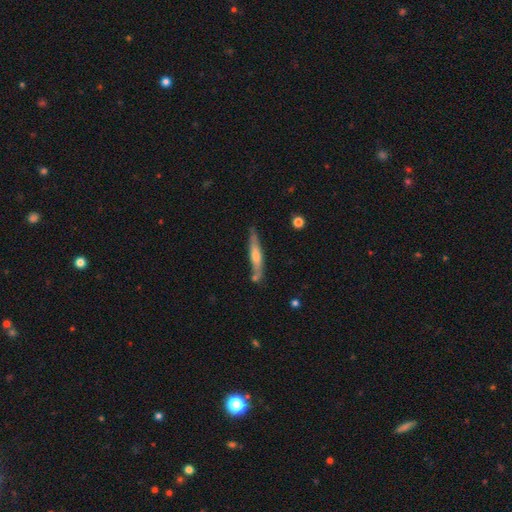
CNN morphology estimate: smooth-or-featured: featured or disk: 58% | smooth: 36% | star or artifact: 7%
  disk-edge-on: yes: 89% | no: 11%
    edge-on-bulge: rounded: 63% | none: 23% | boxy: 14%
  merging: none: 75% | minor disturbance: 16% | merger: 5% | major disturbance: 3%